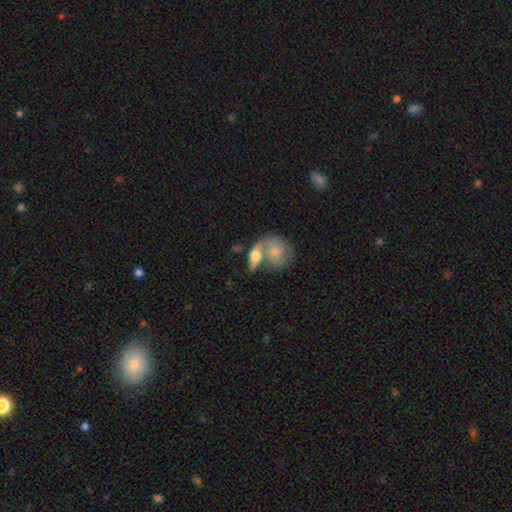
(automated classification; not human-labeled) A smooth galaxy with no disk features (54%) that is in between round and cigar-shaped (61%). Merging: merger (52%).